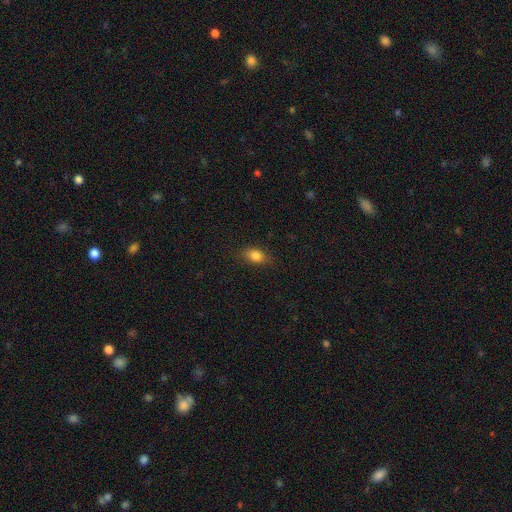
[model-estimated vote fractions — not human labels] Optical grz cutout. It shows a smooth galaxy with no disk features (83%) that is in between round and cigar-shaped (77%). Merging: none (83%).